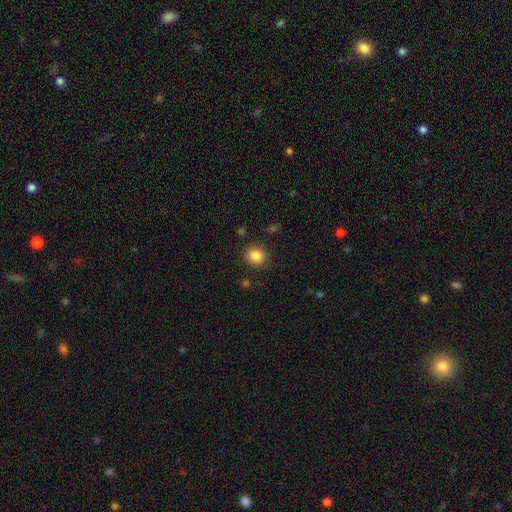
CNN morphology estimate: A smooth galaxy with no disk features (86%) that is round (84%). Merging: none (88%).